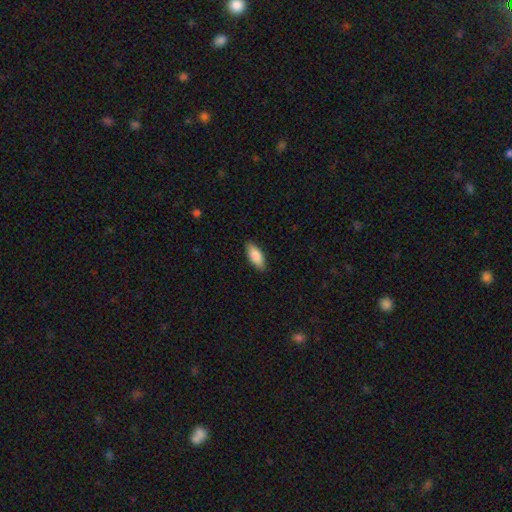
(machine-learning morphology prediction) This appears to be a smooth galaxy with no disk features (85%) that is in between round and cigar-shaped (79%). Merging: none (88%).